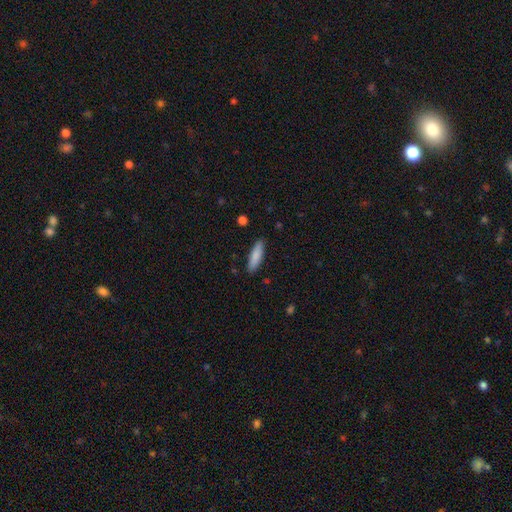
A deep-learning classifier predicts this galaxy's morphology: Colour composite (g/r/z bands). It shows a smooth galaxy with no disk features (86%) that is cigar-shaped (65%). Merging: none (88%).